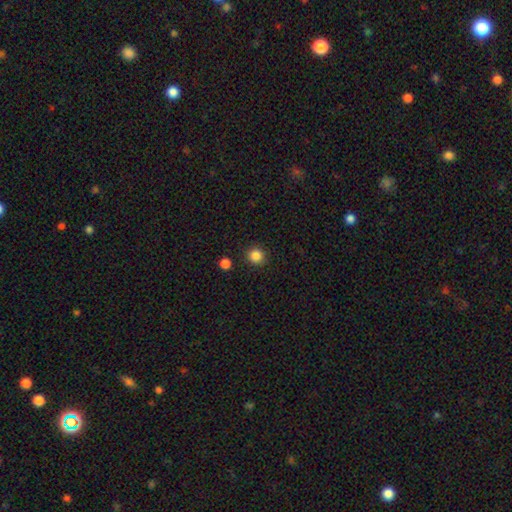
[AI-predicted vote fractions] Smooth or featured?
  - smooth: 86% *
  - star or artifact: 11%
  - featured or disk: 3%
How rounded?
  - round: 93% *
  - in between: 6%
  - cigar-shaped: 1%
Merging?
  - none: 90% *
  - minor disturbance: 6%
  - merger: 2%
  - major disturbance: 2%